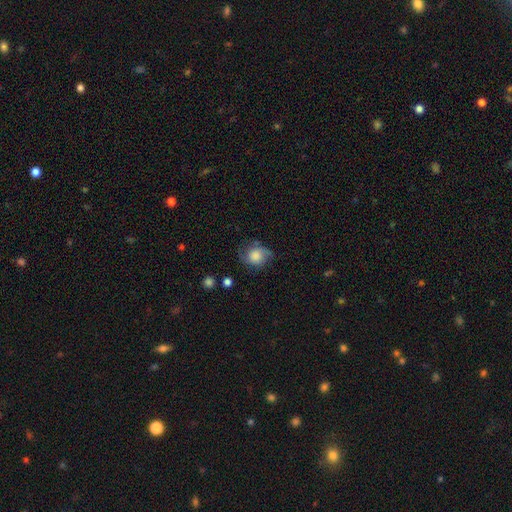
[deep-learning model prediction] Smooth or featured? Predicted: smooth (p=0.61). How rounded? Predicted: round (p=0.71). Merging? Predicted: none (p=0.59).